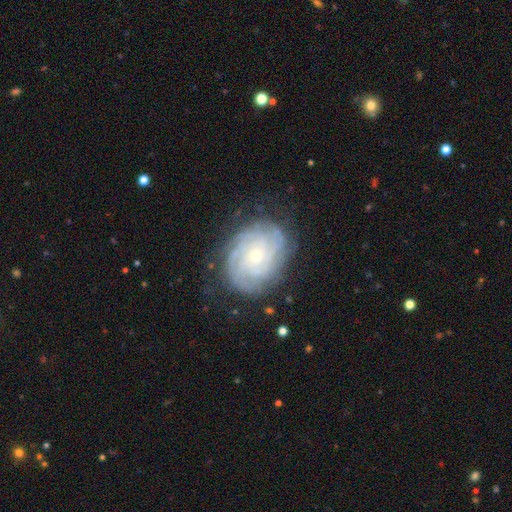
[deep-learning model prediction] A featured or disk galaxy (82%) with no bar (79%), tight (78%) spiral arms (95%) and a small central bulge (72%).

Vote fractions:
- Smooth or featured? featured or disk: 82% / smooth: 11% / star or artifact: 7%
- Edge-on disk? no: 97% / yes: 3%
- Bar? no: 79% / weak: 18% / strong: 4%
- Spiral arms? yes: 95% / no: 5%
- Spiral winding? tight: 78% / medium: 18% / loose: 4%
- Spiral arm count? can't tell: 35% / 4: 22% / more than 4: 15% / 3: 13% / 2: 9% / 1: 6%
- Bulge size? small: 72% / moderate: 24% / large: 1% / none: 1% / dominant: 1%
- Merging? none: 78% / minor disturbance: 15% / major disturbance: 5% / merger: 1%